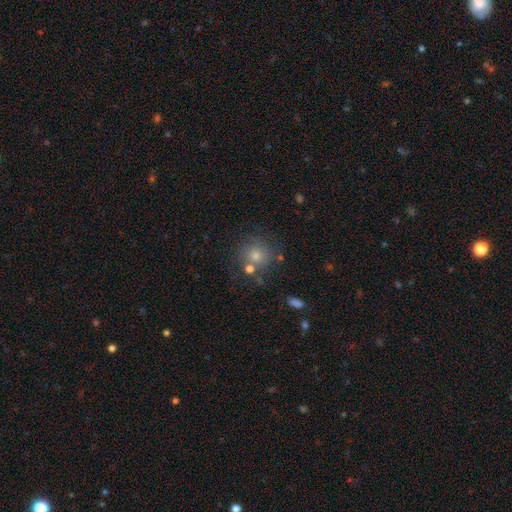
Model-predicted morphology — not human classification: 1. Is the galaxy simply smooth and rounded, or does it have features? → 67% smooth, 19% star or artifact, 14% featured or disk.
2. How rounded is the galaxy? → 90% round, 9% in between, 1% cigar-shaped.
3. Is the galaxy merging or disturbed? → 72% none, 12% merger, 11% minor disturbance, 5% major disturbance.